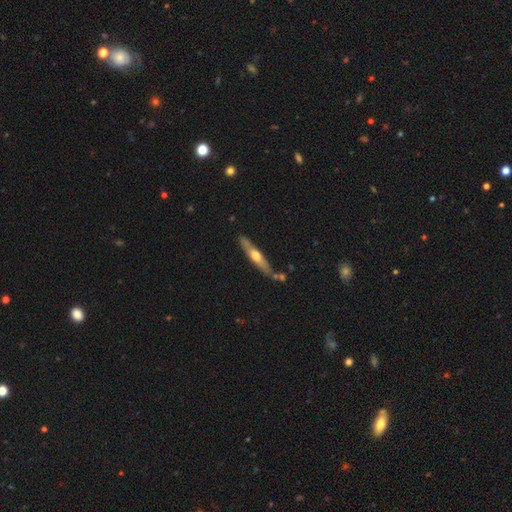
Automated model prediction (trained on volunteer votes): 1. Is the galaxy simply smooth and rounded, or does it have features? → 56% featured or disk, 38% smooth, 5% star or artifact.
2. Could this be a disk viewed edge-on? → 91% yes, 9% no.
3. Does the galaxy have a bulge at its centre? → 87% rounded, 9% none, 4% boxy.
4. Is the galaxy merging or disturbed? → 77% none, 14% minor disturbance, 7% merger, 3% major disturbance.